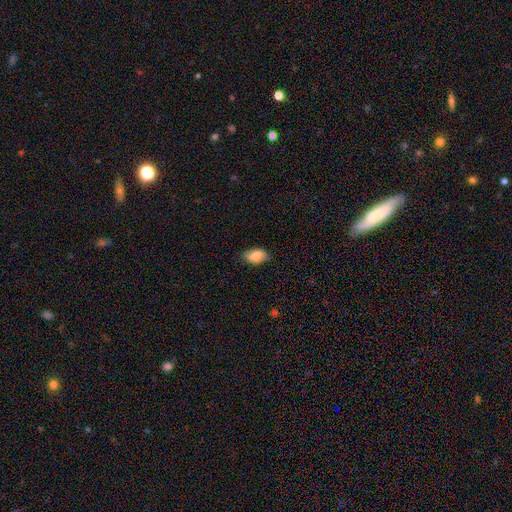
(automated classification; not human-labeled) smooth-or-featured: smooth: 86% | star or artifact: 7% | featured or disk: 7%
  how-rounded: in between: 91% | round: 7% | cigar-shaped: 2%
  merging: none: 72% | minor disturbance: 22% | major disturbance: 4% | merger: 1%